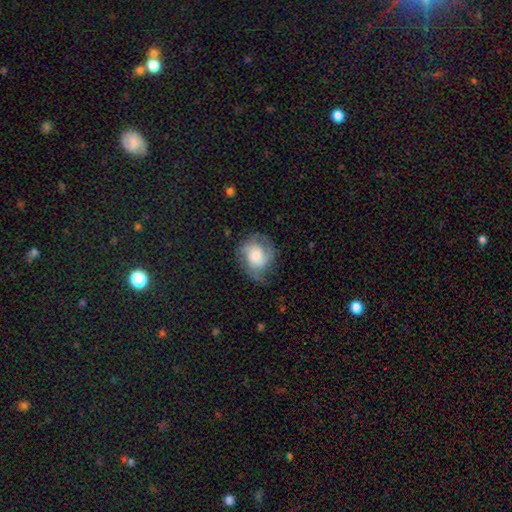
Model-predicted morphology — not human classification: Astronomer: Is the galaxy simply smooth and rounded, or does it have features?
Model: featured or disk — 62%.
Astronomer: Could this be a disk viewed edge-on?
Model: no — 97%.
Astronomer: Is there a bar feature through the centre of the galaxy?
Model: no — 69%.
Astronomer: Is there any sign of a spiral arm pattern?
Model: yes — 89%.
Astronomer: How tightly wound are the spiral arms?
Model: medium — 44% (runner-up: tight, 38%).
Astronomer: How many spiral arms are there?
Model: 2 — 41% (runner-up: 3, 23%).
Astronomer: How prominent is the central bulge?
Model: moderate — 51%.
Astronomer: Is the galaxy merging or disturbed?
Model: none — 59%.